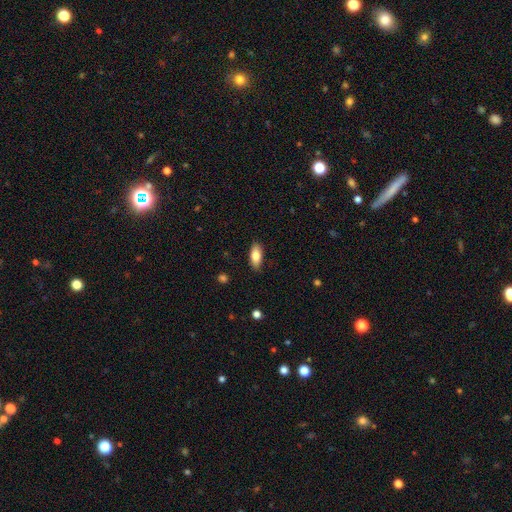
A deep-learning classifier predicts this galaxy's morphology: type=smooth (81%); roundness=in between (84%); merging=none (87%).